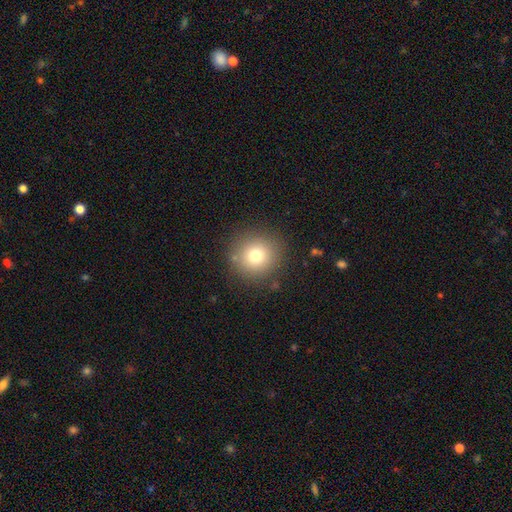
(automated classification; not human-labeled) smooth-or-featured: smooth: 76% | star or artifact: 14% | featured or disk: 11%
  how-rounded: round: 94% | in between: 5% | cigar-shaped: 1%
  merging: none: 87% | minor disturbance: 8% | major disturbance: 4% | merger: 2%